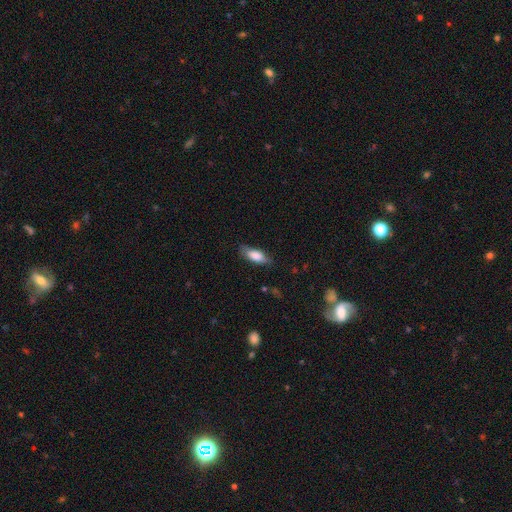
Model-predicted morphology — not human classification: Overall: smooth (81%). How rounded: in between (78%). Merging: none (75%).